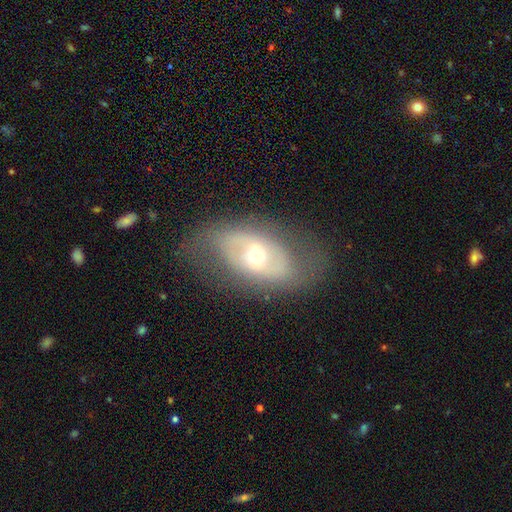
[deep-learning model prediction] smooth_or_featured: featured or disk (p=0.66) [alt: smooth p=0.26]
disk_edge_on: no (p=0.92) [alt: yes p=0.08]
bar: no (p=0.47) [alt: weak p=0.34]
has_spiral_arms: yes (p=0.60) [alt: no p=0.40]
bulge_size: moderate (p=0.50) [alt: small p=0.44]
merging: none (p=0.72) [alt: minor disturbance p=0.16]